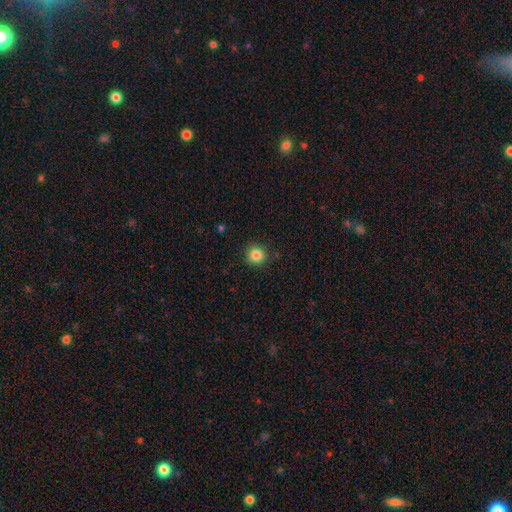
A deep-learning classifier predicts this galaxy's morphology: Q: Smooth or featured?
A: smooth (84%); runner-up: star or artifact (11%)
Q: How rounded?
A: round (94%); runner-up: in between (5%)
Q: Merging?
A: none (91%); runner-up: minor disturbance (6%)